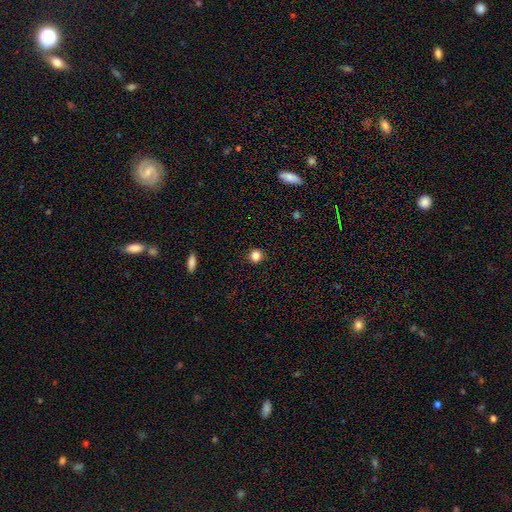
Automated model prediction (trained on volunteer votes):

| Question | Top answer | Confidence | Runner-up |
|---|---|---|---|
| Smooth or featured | smooth | 84% | star or artifact (12%) |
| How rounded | round | 90% | in between (9%) |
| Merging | none | 91% | minor disturbance (6%) |